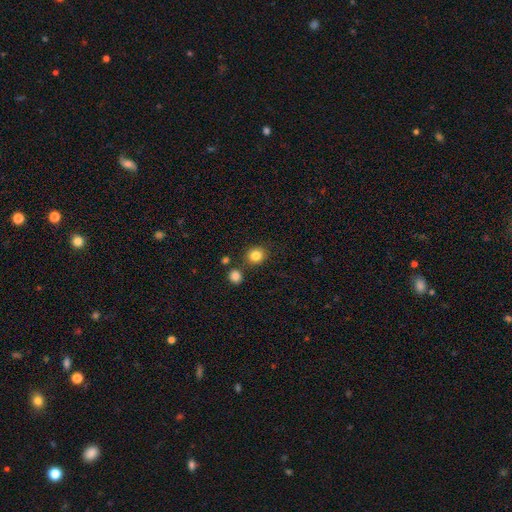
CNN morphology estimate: smooth_or_featured: smooth (p=0.84) [alt: star or artifact p=0.11]
how_rounded: round (p=0.80) [alt: in between p=0.19]
merging: none (p=0.82) [alt: minor disturbance p=0.08]